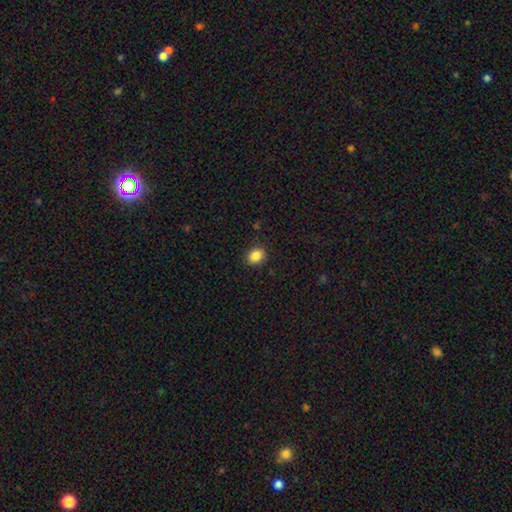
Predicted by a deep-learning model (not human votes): The model was most divided on "how rounded": in between: 51%, round: 48%, cigar-shaped: 1%. More confident: merging — none (87%); smooth or featured — smooth (86%).